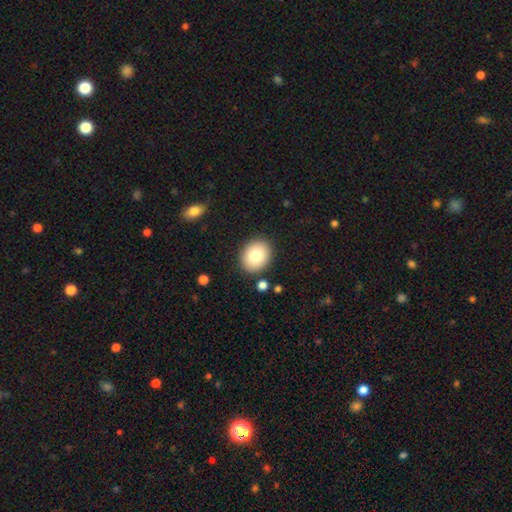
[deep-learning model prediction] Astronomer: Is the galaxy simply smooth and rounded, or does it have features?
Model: smooth — 80%.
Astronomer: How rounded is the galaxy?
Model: round — 52% (runner-up: in between, 47%).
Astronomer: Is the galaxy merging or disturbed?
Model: none — 88%.